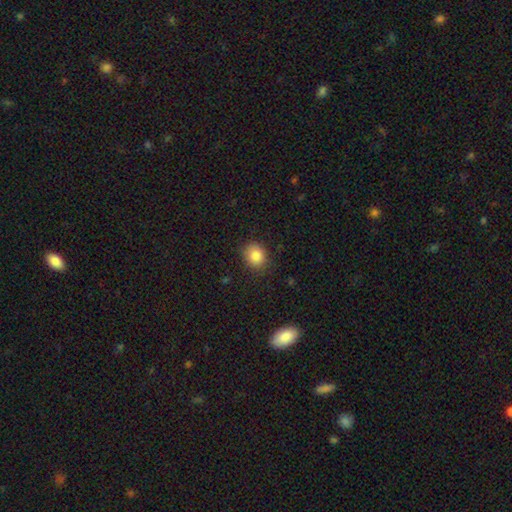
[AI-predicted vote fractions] Smooth or featured: smooth — 84% (star or artifact — 10%)
How rounded: round — 69% (in between — 30%)
Merging: none — 84% (minor disturbance — 12%)